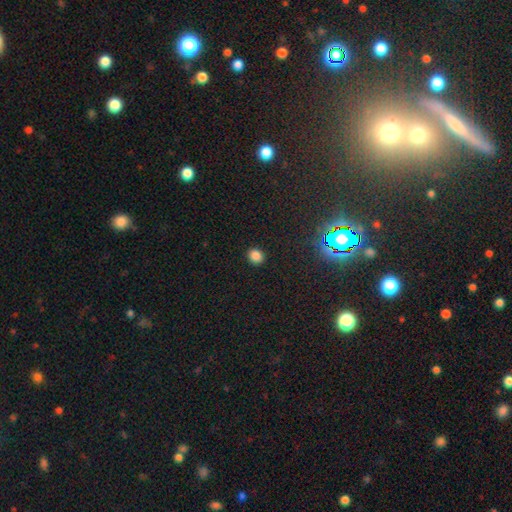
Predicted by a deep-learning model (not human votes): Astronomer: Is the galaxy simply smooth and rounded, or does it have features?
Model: smooth — 82%.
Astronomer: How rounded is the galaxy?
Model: round — 70%.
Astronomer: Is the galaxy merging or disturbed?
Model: none — 91%.